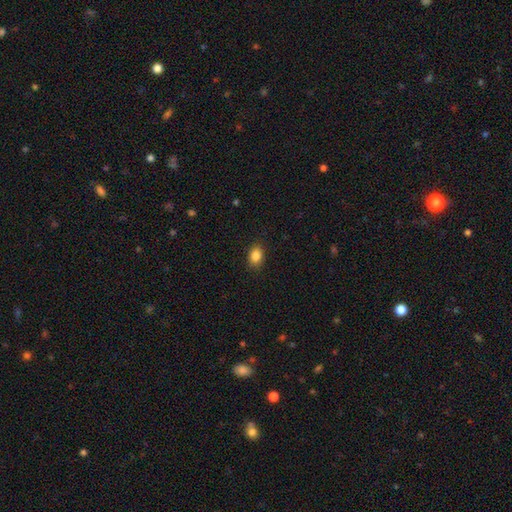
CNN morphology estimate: Smooth or featured? smooth (86%)
How rounded? in between (73%)
Merging? none (87%)